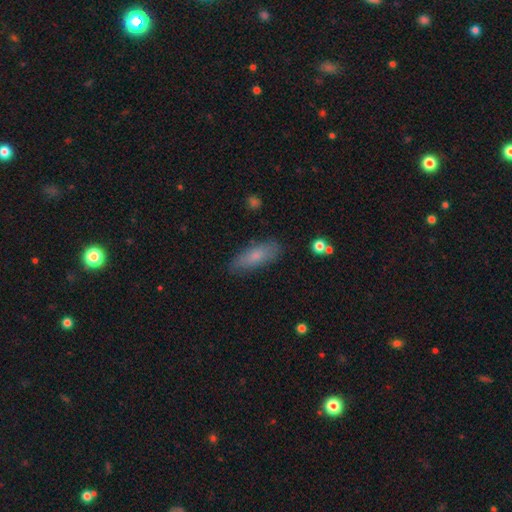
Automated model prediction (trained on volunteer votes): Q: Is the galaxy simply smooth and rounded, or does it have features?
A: smooth — 72%.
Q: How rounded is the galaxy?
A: in between — 60%.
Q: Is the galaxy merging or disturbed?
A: none — 81%.